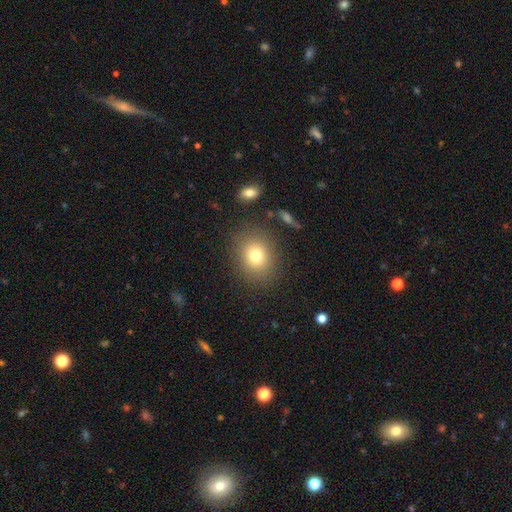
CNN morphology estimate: Overall: smooth (76%). How rounded: round (62%; in between 37%). Merging: none (84%).